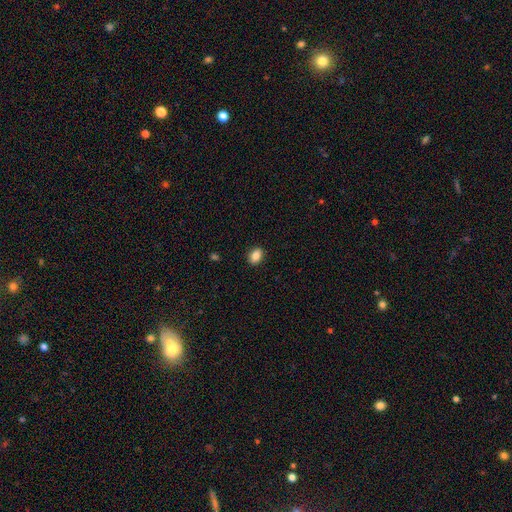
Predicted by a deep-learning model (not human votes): Smooth or featured: smooth — 85% (star or artifact — 9%)
How rounded: in between — 68% (round — 31%)
Merging: none — 90% (minor disturbance — 7%)